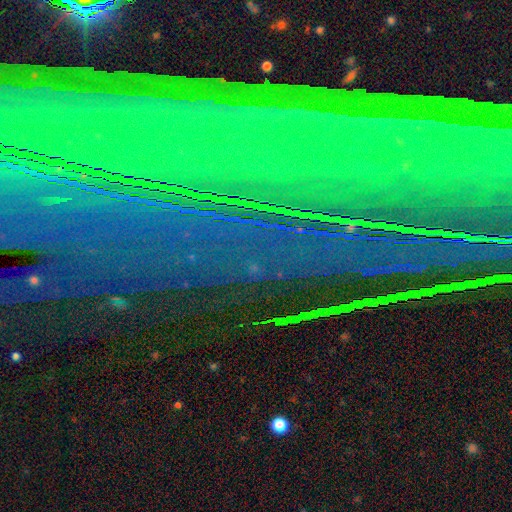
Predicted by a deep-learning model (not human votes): star or artifact 85%, featured or disk 8%, smooth 7%.